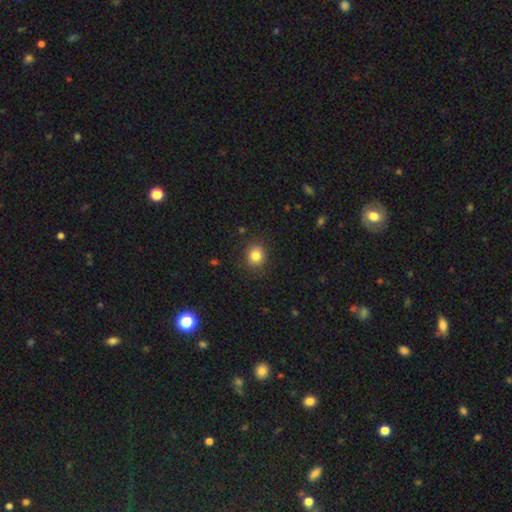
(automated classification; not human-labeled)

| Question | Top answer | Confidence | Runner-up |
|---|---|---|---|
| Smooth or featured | smooth | 83% | star or artifact (11%) |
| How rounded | round | 77% | in between (22%) |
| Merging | none | 87% | minor disturbance (9%) |